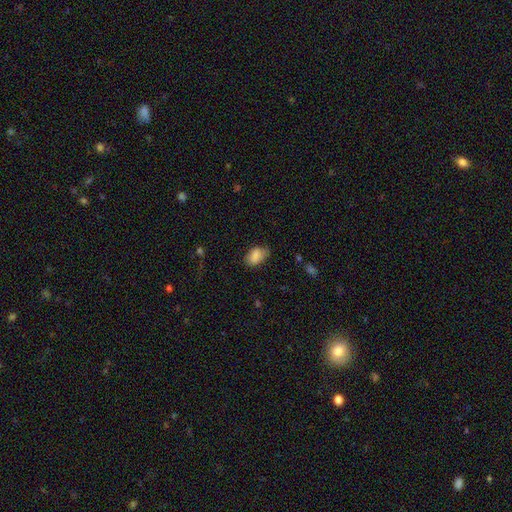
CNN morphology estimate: This is clearly a smooth galaxy (84%). How rounded: clearly in between (90%). Merging: likely none (63%).